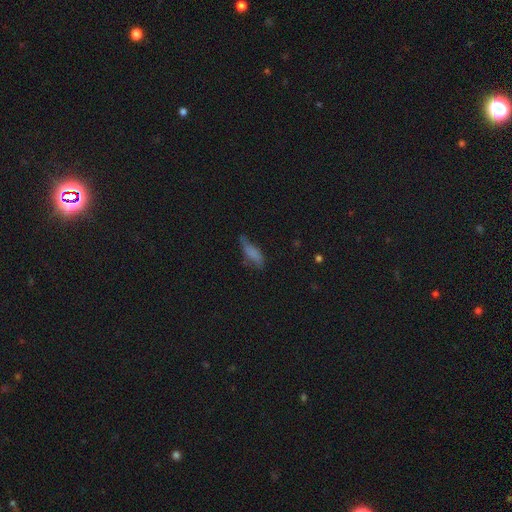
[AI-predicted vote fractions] A smooth galaxy with no disk features (57%) that is cigar-shaped (51%).

Vote fractions:
- Smooth or featured? smooth: 57% / featured or disk: 26% / star or artifact: 17%
- How rounded? cigar-shaped: 51% / in between: 46% / round: 4%
- Merging? none: 55% / minor disturbance: 30% / major disturbance: 12% / merger: 3%